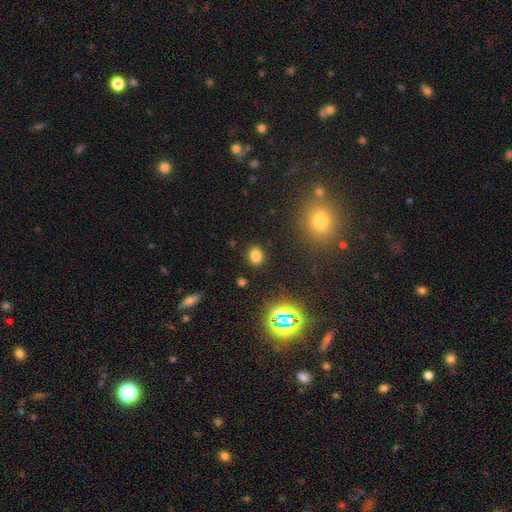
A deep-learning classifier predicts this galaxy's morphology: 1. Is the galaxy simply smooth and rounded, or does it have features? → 77% smooth, 18% star or artifact, 6% featured or disk.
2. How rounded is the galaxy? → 60% round, 38% in between, 1% cigar-shaped.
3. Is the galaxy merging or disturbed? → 88% none, 7% minor disturbance, 3% major disturbance, 2% merger.